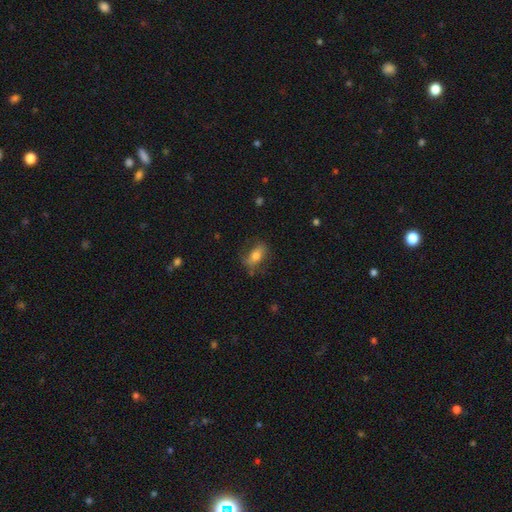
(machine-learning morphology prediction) smooth 62%, featured or disk 30%, star or artifact 8%. Down the decision tree: how rounded — in between (79%); merging — none (68%).